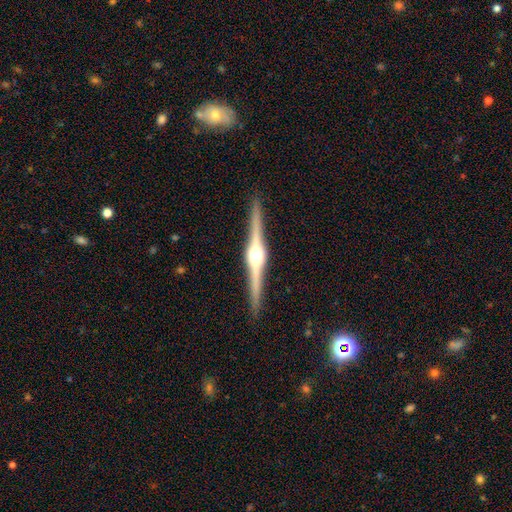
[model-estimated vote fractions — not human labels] A featured or disk galaxy (88%) viewed edge-on (99%) with a rounded central bulge (92%). Merging: none (92%).